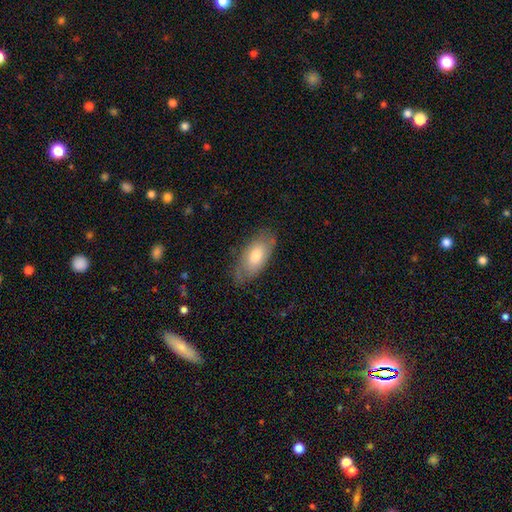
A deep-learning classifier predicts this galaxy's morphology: A smooth galaxy with no disk features (66%) that is in between round and cigar-shaped (89%).

Vote fractions:
- Smooth or featured? smooth: 66% / featured or disk: 29% / star or artifact: 6%
- How rounded? in between: 89% / cigar-shaped: 8% / round: 3%
- Merging? none: 73% / minor disturbance: 21% / major disturbance: 5% / merger: 1%